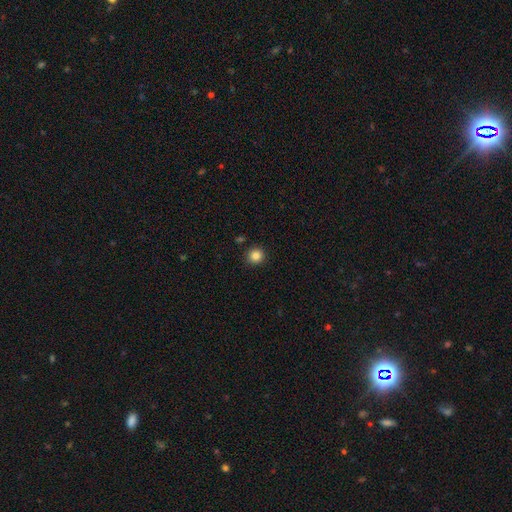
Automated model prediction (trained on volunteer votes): Q: Smooth or featured?
A: smooth (84%); runner-up: star or artifact (11%)
Q: How rounded?
A: round (93%); runner-up: in between (6%)
Q: Merging?
A: none (90%); runner-up: minor disturbance (6%)